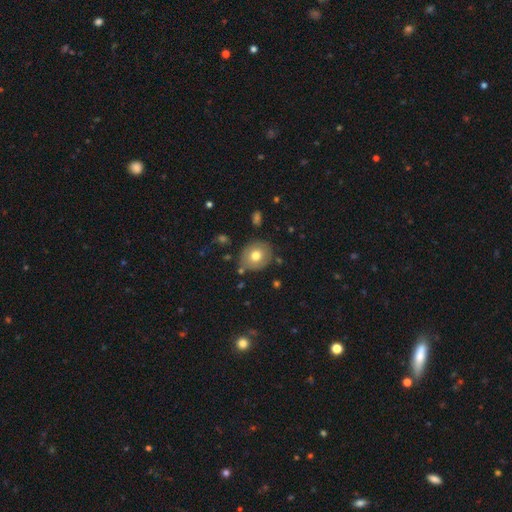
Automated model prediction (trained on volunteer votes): Smooth or featured?
  - smooth: 70% *
  - featured or disk: 22%
  - star or artifact: 9%
How rounded?
  - round: 66% *
  - in between: 33%
  - cigar-shaped: 1%
Merging?
  - none: 80% *
  - minor disturbance: 13%
  - major disturbance: 4%
  - merger: 3%